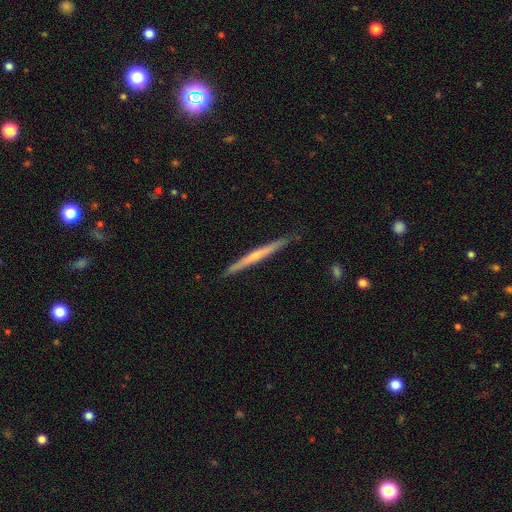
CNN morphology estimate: Overall: featured or disk (57%; smooth 37%). Edge-on disk: yes (97%). Edge-on bulge: none (57%; rounded 39%). Merging: none (88%).